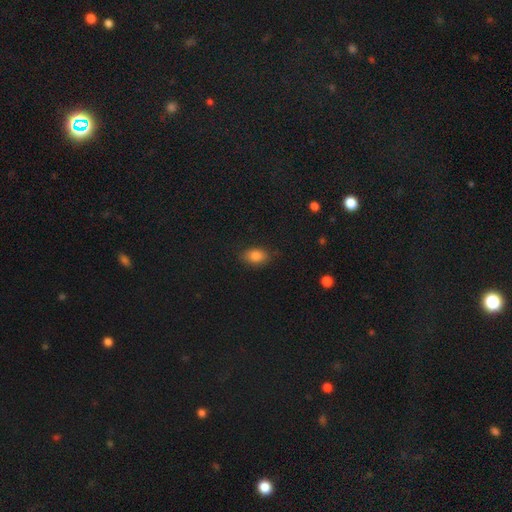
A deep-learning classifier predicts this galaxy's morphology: Smooth or featured: smooth — 83% (star or artifact — 10%)
How rounded: in between — 84% (round — 13%)
Merging: none — 81% (minor disturbance — 15%)